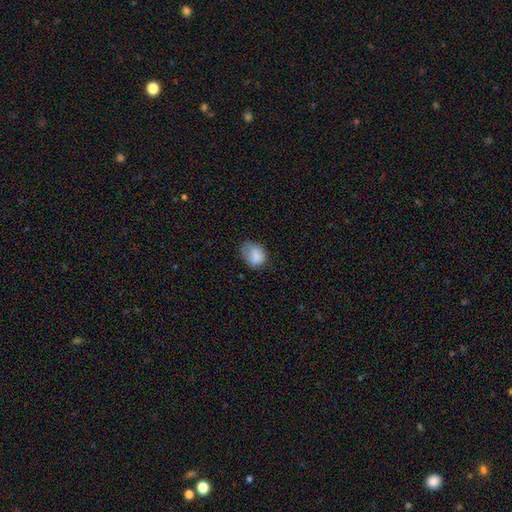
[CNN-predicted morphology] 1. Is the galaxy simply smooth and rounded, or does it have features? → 80% smooth, 11% featured or disk, 8% star or artifact.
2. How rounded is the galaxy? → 57% in between, 43% round, 1% cigar-shaped.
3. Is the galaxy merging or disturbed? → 52% none, 33% minor disturbance, 14% major disturbance, 1% merger.